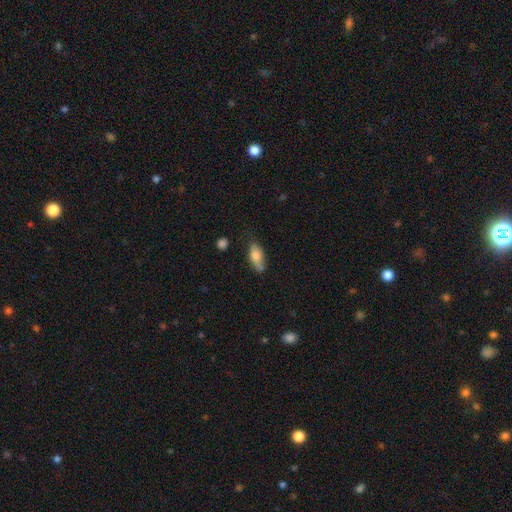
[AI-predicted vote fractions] A smooth galaxy with no disk features (74%) that is in between round and cigar-shaped (82%).

Vote fractions:
- Smooth or featured? smooth: 74% / featured or disk: 19% / star or artifact: 7%
- How rounded? in between: 82% / cigar-shaped: 15% / round: 3%
- Merging? none: 55% / minor disturbance: 30% / major disturbance: 8% / merger: 6%